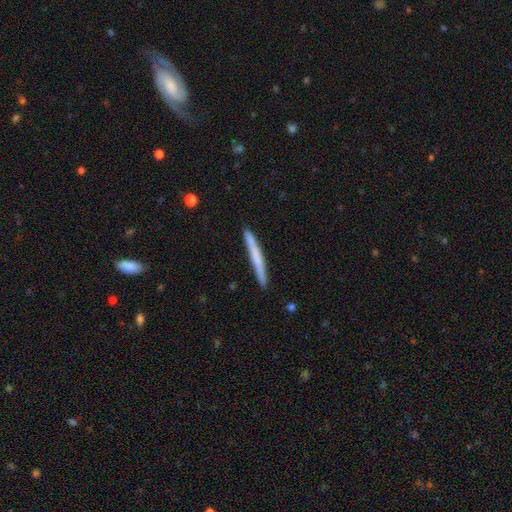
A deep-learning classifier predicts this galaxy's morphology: Smooth or featured? smooth (58%)
How rounded? cigar-shaped (97%)
Merging? none (89%)